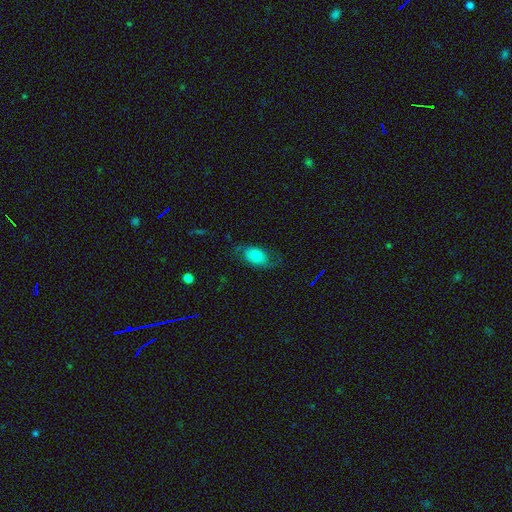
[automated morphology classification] Q: Smooth or featured?
A: smooth (61%); runner-up: featured or disk (31%)
Q: How rounded?
A: in between (85%); runner-up: round (12%)
Q: Merging?
A: none (60%); runner-up: minor disturbance (24%)